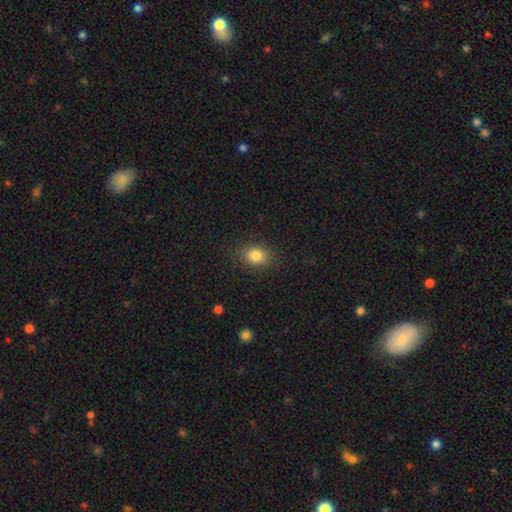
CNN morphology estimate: A smooth galaxy with no disk features (84%) that is in between round and cigar-shaped (55%).

Vote fractions:
- Smooth or featured? smooth: 84% / star or artifact: 11% / featured or disk: 6%
- How rounded? in between: 55% / round: 44% / cigar-shaped: 1%
- Merging? none: 87% / minor disturbance: 9% / major disturbance: 3% / merger: 1%